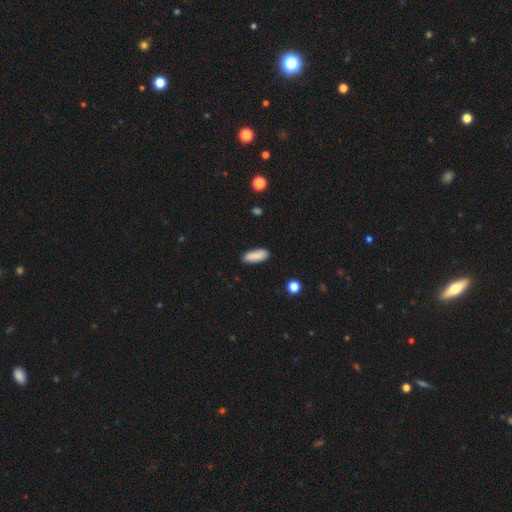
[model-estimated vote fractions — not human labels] Smooth or featured? smooth (87%)
How rounded? in between (67%)
Merging? none (85%)